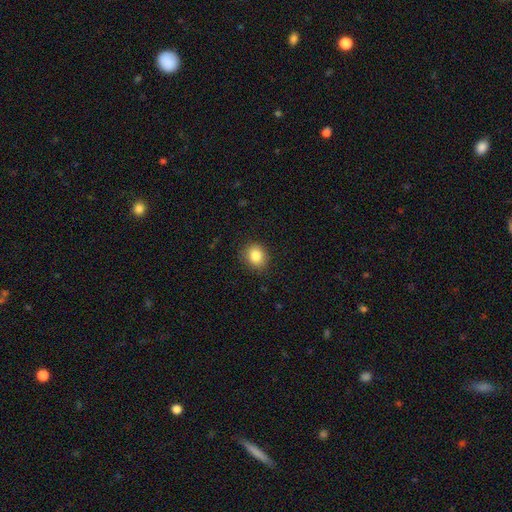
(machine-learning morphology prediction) A smooth galaxy with no disk features (84%) that is round (70%). Merging: none (85%).